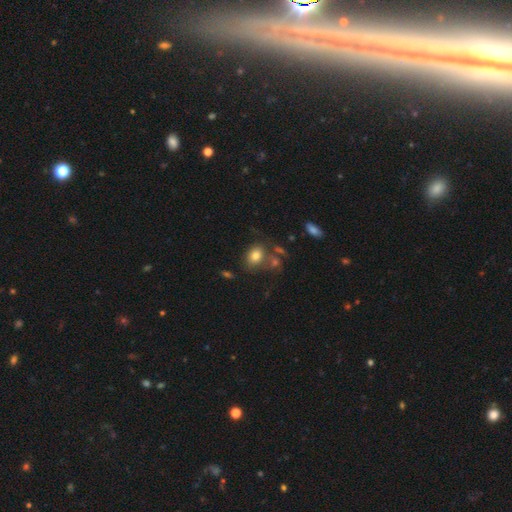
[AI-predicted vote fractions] A smooth galaxy with no disk features (78%) that is in between round and cigar-shaped (68%). Merging: none (62%).